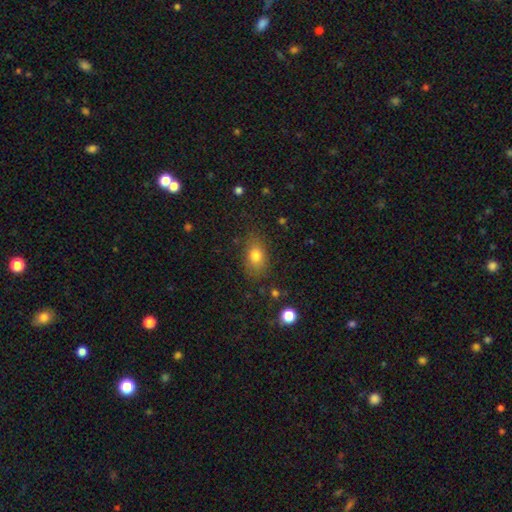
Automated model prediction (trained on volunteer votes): smooth 78%, featured or disk 11%, star or artifact 11%. Down the decision tree: how rounded — in between (78%); merging — none (76%).